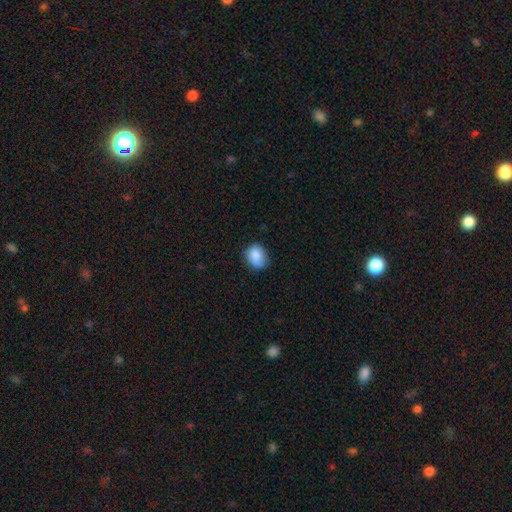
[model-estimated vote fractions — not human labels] A smooth galaxy with no disk features (85%) that is round (55%). Merging: none (74%).